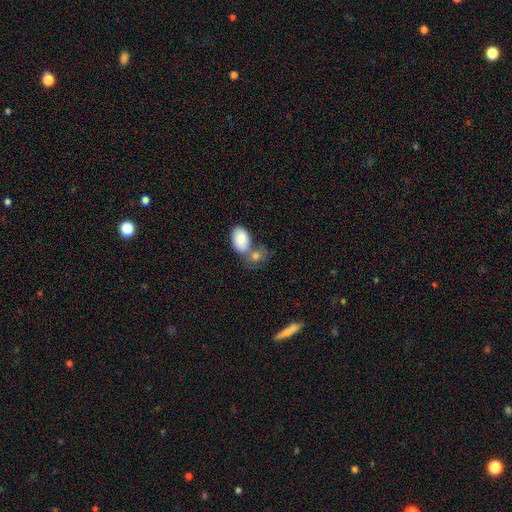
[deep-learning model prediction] smooth 83%, featured or disk 10%, star or artifact 7%. Down the decision tree: how rounded — in between (78%); merging — merger (53%).